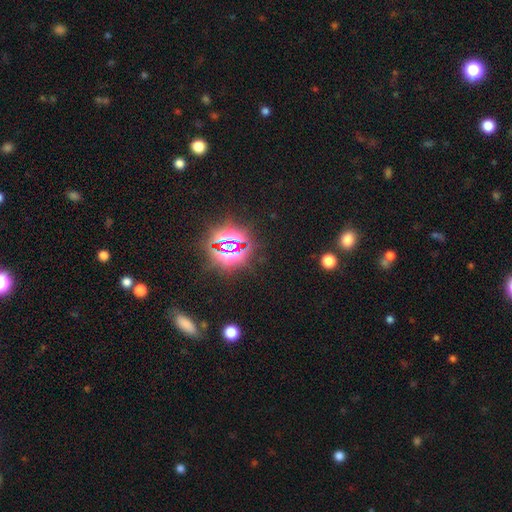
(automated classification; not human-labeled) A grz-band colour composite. It shows a star or artifact, not a galaxy (78%).